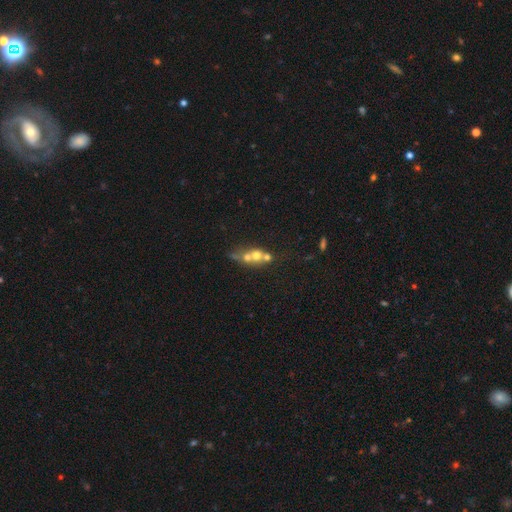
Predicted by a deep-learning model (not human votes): This is possibly a smooth galaxy (50%). How rounded: likely round (64%). Merging: likely merger (60%).